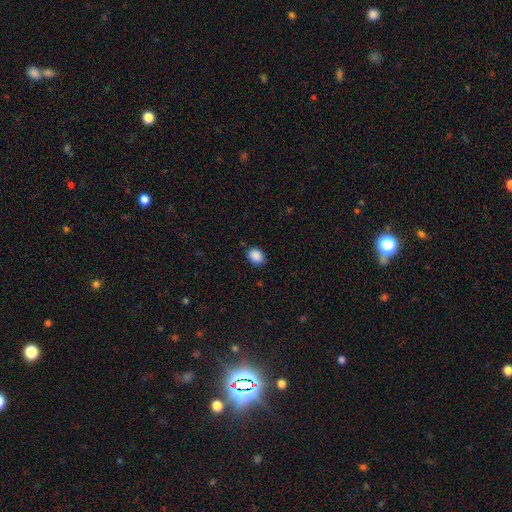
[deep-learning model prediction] Q: Smooth or featured?
A: smooth (89%); runner-up: star or artifact (8%)
Q: How rounded?
A: in between (65%); runner-up: round (34%)
Q: Merging?
A: none (88%); runner-up: minor disturbance (9%)